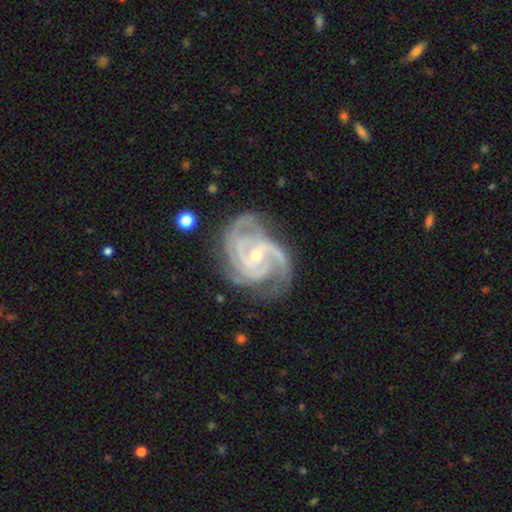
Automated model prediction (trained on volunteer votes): Morphology: type=featured or disk (93%); edge-on=no (98%); bar=no (46%); spiral arms=yes (99%); winding=tight (51%); arm count=3 (50%); bulge=small (65%); merging=none (67%).